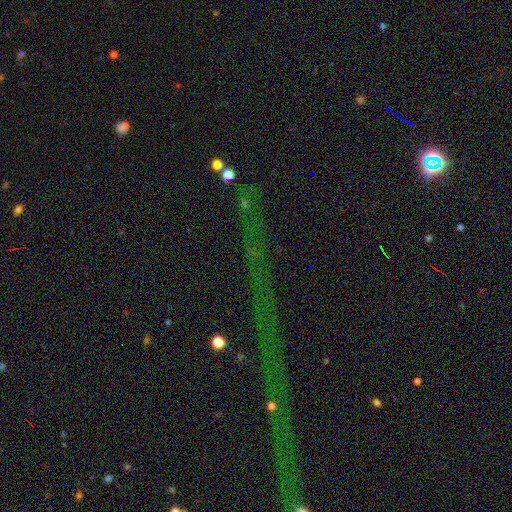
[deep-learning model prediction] Smooth or featured? star or artifact (76%)